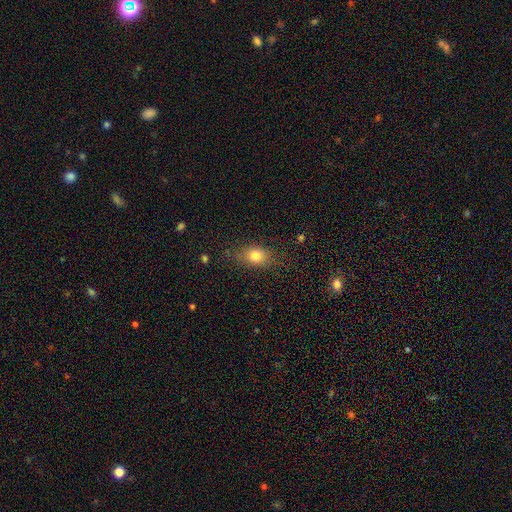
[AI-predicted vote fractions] Smooth or featured? smooth (78%)
How rounded? in between (65%)
Merging? none (76%)